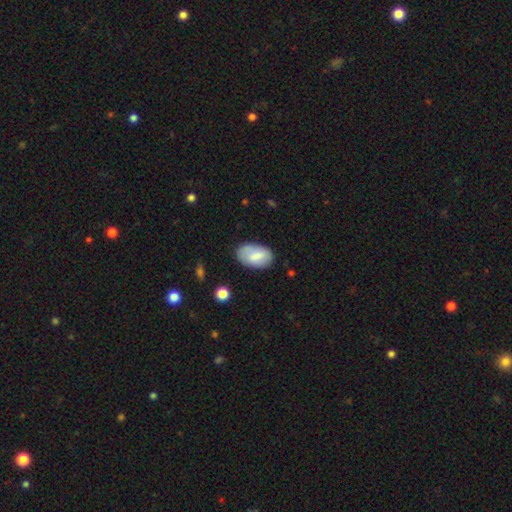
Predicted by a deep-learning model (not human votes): Smooth or featured?
  - smooth: 72% *
  - featured or disk: 21%
  - star or artifact: 6%
How rounded?
  - in between: 94% *
  - round: 5%
  - cigar-shaped: 1%
Merging?
  - none: 74% *
  - minor disturbance: 19%
  - major disturbance: 5%
  - merger: 2%